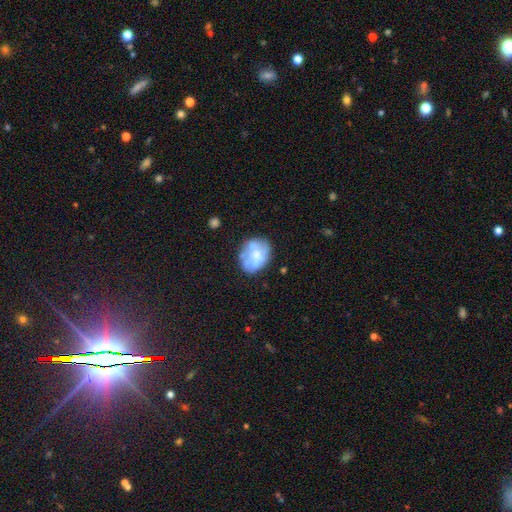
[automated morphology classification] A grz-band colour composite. It shows a featured or disk galaxy (54%) with no bar (81%), no spiral arms (77%) and a moderate central bulge (36%). Merging: none (61%).